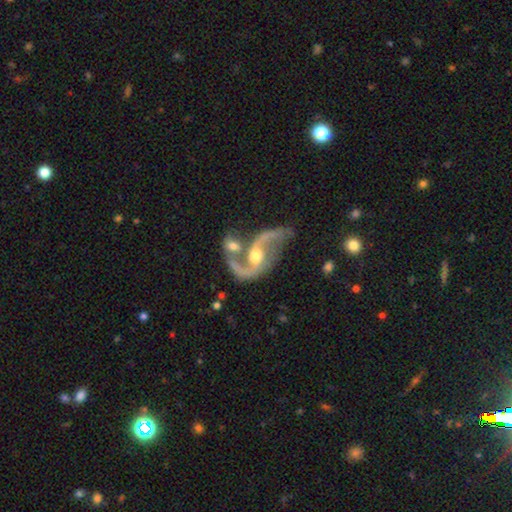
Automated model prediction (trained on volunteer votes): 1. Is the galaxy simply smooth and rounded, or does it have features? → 89% featured or disk, 6% smooth, 5% star or artifact.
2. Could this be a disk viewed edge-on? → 97% no, 3% yes.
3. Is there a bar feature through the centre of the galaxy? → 49% no, 37% weak, 14% strong.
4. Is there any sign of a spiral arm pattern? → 96% yes, 4% no.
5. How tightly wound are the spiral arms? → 60% loose, 33% medium, 7% tight.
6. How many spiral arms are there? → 90% 2, 4% 1, 2% can't tell, 2% 3, 1% 4, 1% more than 4.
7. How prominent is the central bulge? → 68% moderate, 23% small, 6% large, 2% none, 1% dominant.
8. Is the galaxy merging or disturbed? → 38% merger, 33% none, 15% minor disturbance, 14% major disturbance.